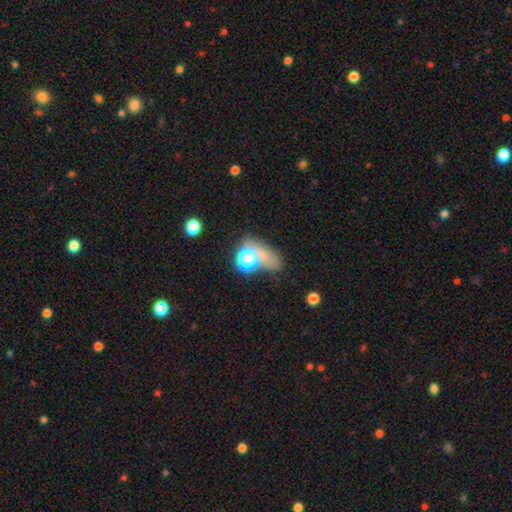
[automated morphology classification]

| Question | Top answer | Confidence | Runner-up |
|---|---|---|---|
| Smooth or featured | smooth | 56% | star or artifact (28%) |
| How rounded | in between | 55% | round (40%) |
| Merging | none | 34% | major disturbance (29%) |